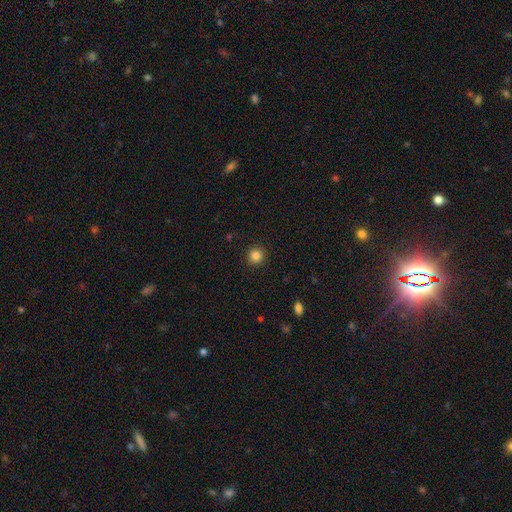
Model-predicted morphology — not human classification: Overall: smooth (85%). How rounded: round (94%). Merging: none (92%).